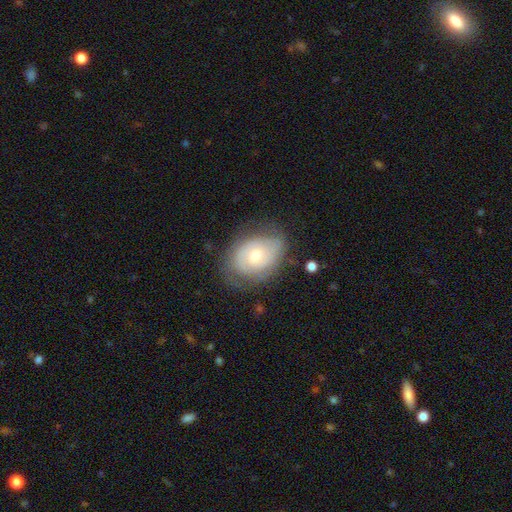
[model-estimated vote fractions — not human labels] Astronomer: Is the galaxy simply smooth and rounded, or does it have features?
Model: featured or disk — 55% (runner-up: smooth, 38%).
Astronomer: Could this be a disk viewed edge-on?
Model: no — 96%.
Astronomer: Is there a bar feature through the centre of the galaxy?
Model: no — 76%.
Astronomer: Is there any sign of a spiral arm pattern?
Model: yes — 75%.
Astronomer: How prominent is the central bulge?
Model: moderate — 58% (runner-up: small, 35%).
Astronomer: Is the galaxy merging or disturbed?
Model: none — 66%.